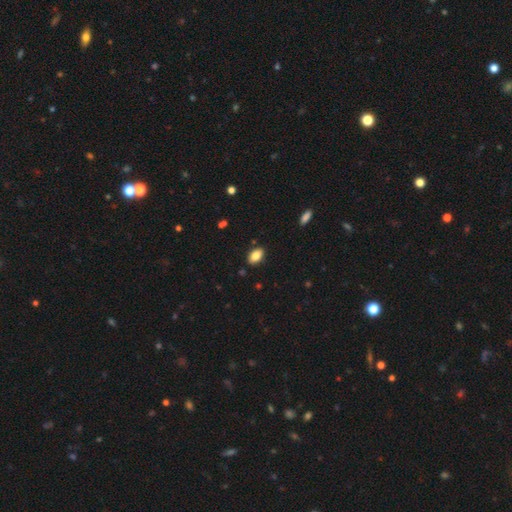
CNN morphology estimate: This appears to be a smooth galaxy with no disk features (85%) that is in between round and cigar-shaped (90%). Merging: none (87%).